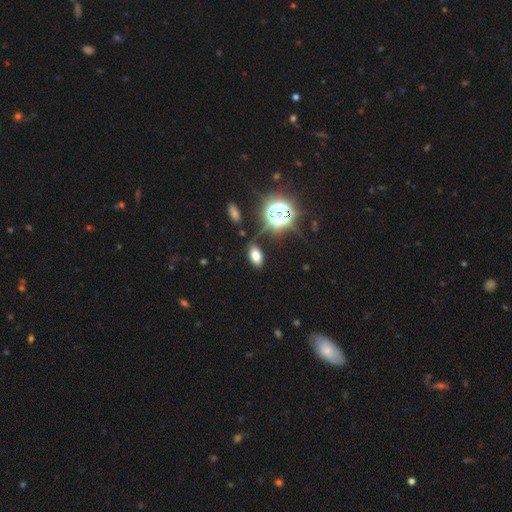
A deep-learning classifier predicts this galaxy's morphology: A smooth galaxy with no disk features (68%) that is in between round and cigar-shaped (89%).

Vote fractions:
- Smooth or featured? smooth: 68% / star or artifact: 23% / featured or disk: 9%
- How rounded? in between: 89% / round: 8% / cigar-shaped: 3%
- Merging? none: 78% / minor disturbance: 13% / major disturbance: 5% / merger: 4%